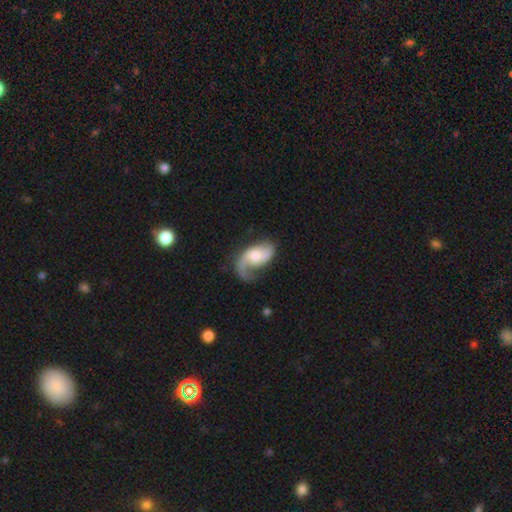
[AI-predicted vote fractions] The model was most divided on "spiral arm count": 2: 55%, 1: 40%, can't tell: 3%, 3: 1%, 4: 1%, more than 4: 1%. Remaining: edge-on disk — no (97%); spiral arms — yes (94%); smooth or featured — featured or disk (75%); spiral winding — loose (58%); bar — no (58%); bulge size — moderate (49%); merging — none (45%).